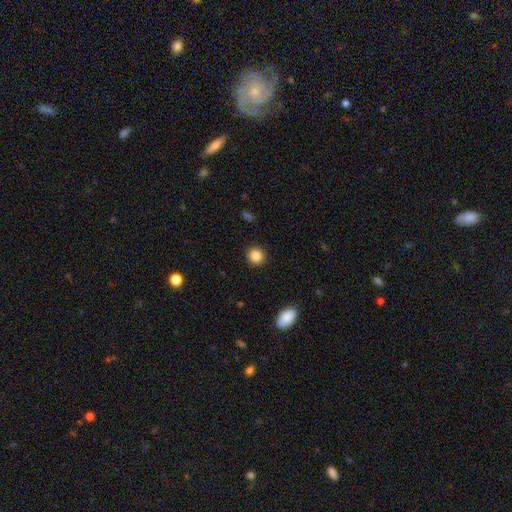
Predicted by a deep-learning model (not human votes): Smooth or featured?
  - smooth: 85% *
  - star or artifact: 10%
  - featured or disk: 5%
How rounded?
  - round: 90% *
  - in between: 9%
  - cigar-shaped: 1%
Merging?
  - none: 92% *
  - minor disturbance: 5%
  - major disturbance: 2%
  - merger: 1%